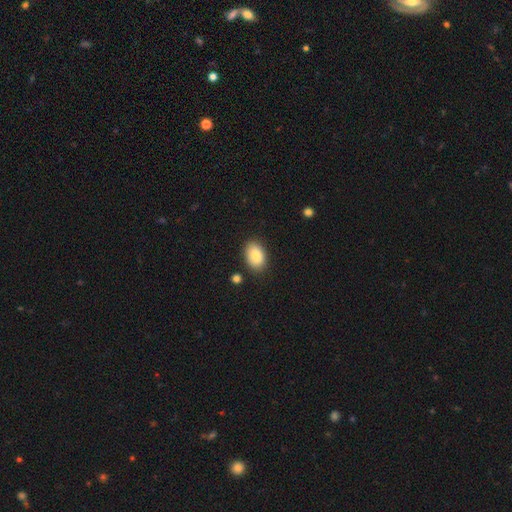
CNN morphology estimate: Smooth or featured?
  - smooth: 85% *
  - featured or disk: 8%
  - star or artifact: 7%
How rounded?
  - in between: 88% *
  - round: 11%
  - cigar-shaped: 1%
Merging?
  - none: 83% *
  - minor disturbance: 12%
  - major disturbance: 3%
  - merger: 2%